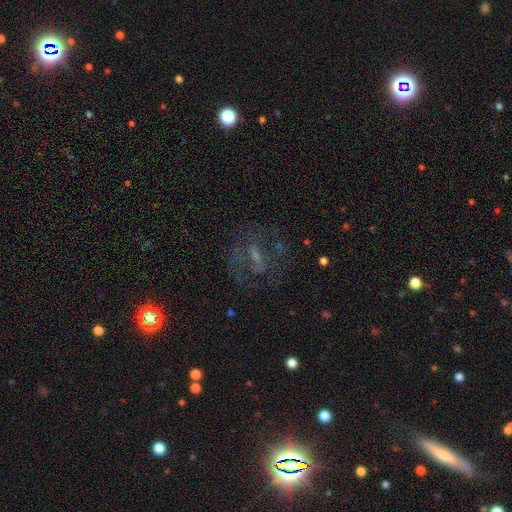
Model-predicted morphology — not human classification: smooth_or_featured: featured or disk (p=0.52) [alt: star or artifact p=0.30]
disk_edge_on: no (p=0.93) [alt: yes p=0.07]
merging: none (p=0.71) [alt: minor disturbance p=0.14]